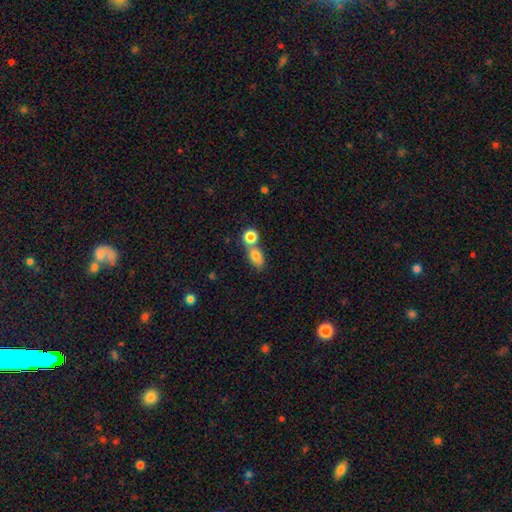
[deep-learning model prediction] Smooth or featured? Predicted: smooth (p=0.79). How rounded? Predicted: in between (p=0.72). Merging? Predicted: merger (p=0.44).